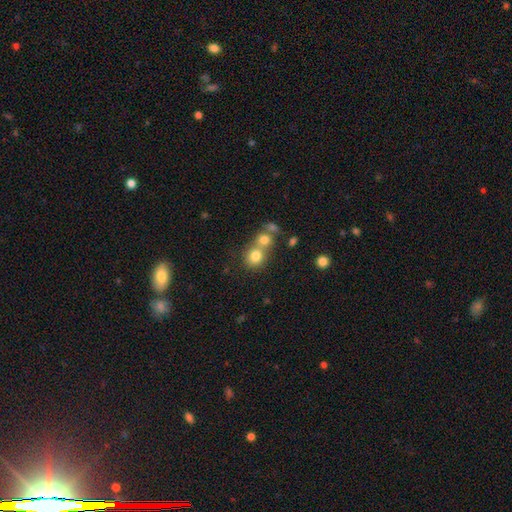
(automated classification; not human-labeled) A smooth galaxy with no disk features (76%) that is round (80%). Merging: merger (50%).